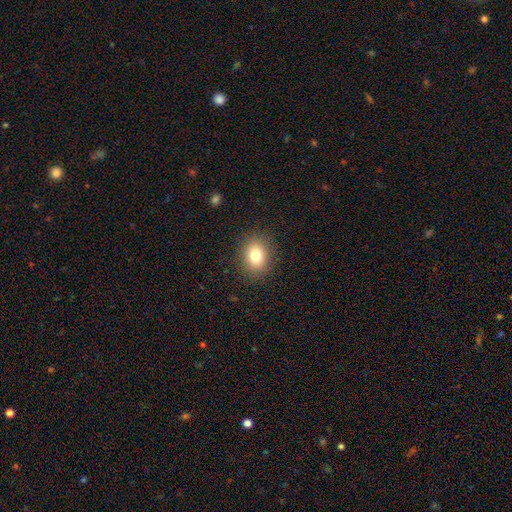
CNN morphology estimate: smooth-or-featured: smooth: 79% | star or artifact: 11% | featured or disk: 9%
  how-rounded: round: 50% | in between: 49% | cigar-shaped: 1%
  merging: none: 88% | minor disturbance: 8% | major disturbance: 3% | merger: 1%